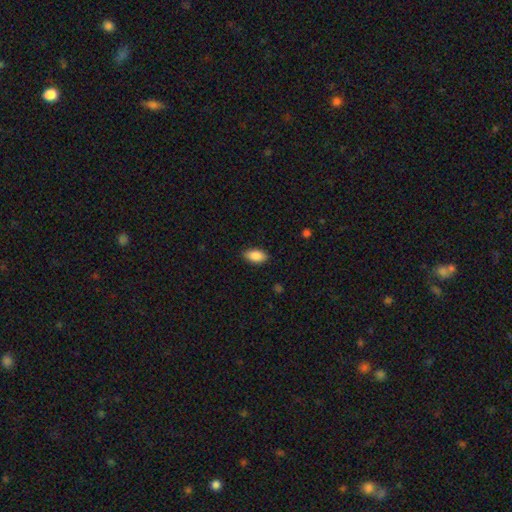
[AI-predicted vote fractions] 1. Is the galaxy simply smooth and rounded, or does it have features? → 88% smooth, 7% star or artifact, 5% featured or disk.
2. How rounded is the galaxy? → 92% in between, 5% cigar-shaped, 3% round.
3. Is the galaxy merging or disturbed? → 86% none, 10% minor disturbance, 2% major disturbance, 1% merger.